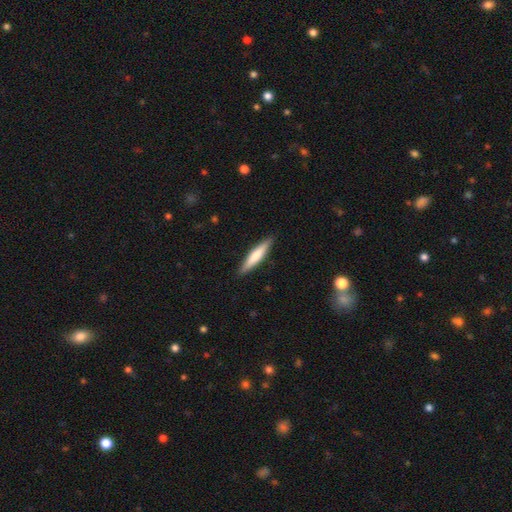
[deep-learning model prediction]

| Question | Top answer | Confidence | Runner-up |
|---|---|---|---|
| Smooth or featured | smooth | 64% | featured or disk (31%) |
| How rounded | cigar-shaped | 87% | in between (12%) |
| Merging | none | 90% | minor disturbance (8%) |